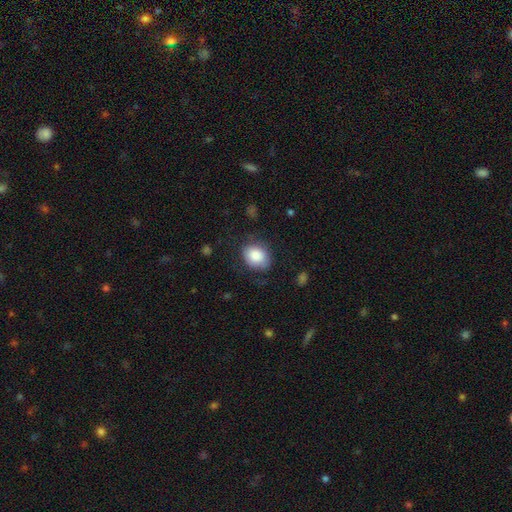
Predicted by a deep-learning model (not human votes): Smooth or featured? smooth (84%)
How rounded? in between (53%)
Merging? none (72%)